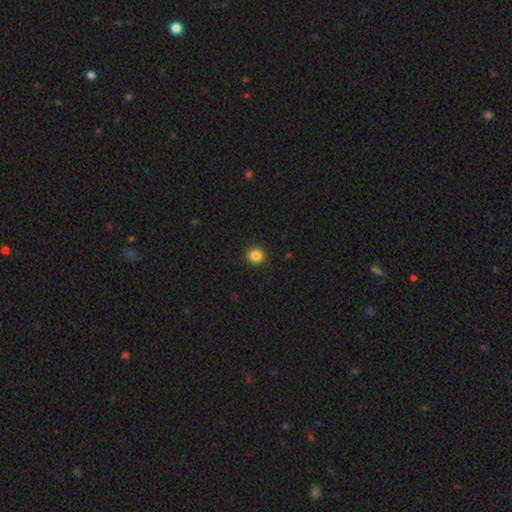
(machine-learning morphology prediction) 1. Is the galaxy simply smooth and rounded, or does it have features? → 86% smooth, 11% star or artifact, 4% featured or disk.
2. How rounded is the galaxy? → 92% round, 8% in between, 1% cigar-shaped.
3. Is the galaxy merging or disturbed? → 93% none, 5% minor disturbance, 2% major disturbance, 1% merger.